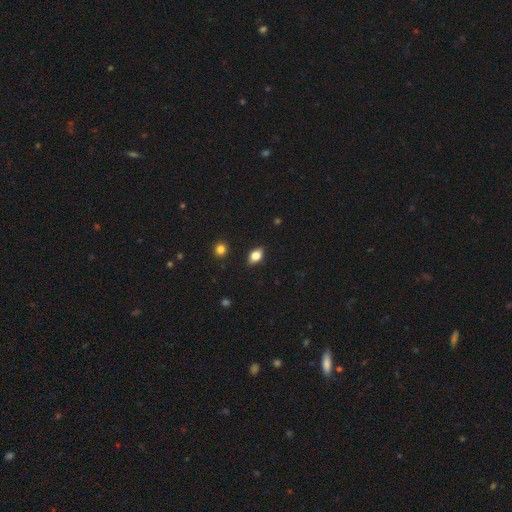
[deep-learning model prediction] Q: Smooth or featured?
A: smooth (80%); runner-up: featured or disk (11%)
Q: How rounded?
A: in between (83%); runner-up: round (14%)
Q: Merging?
A: none (87%); runner-up: minor disturbance (10%)